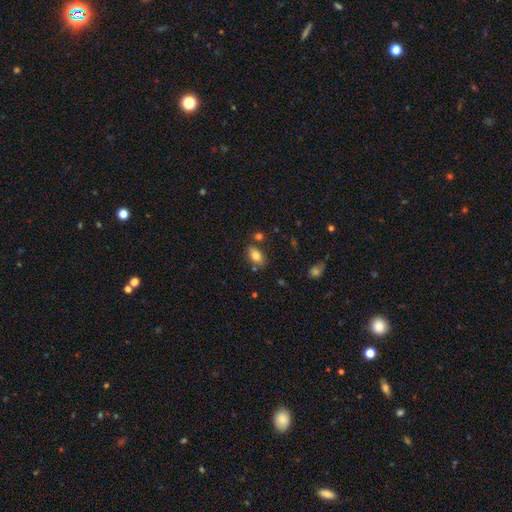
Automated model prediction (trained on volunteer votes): Overall: smooth (81%). How rounded: in between (87%). Merging: none (75%).